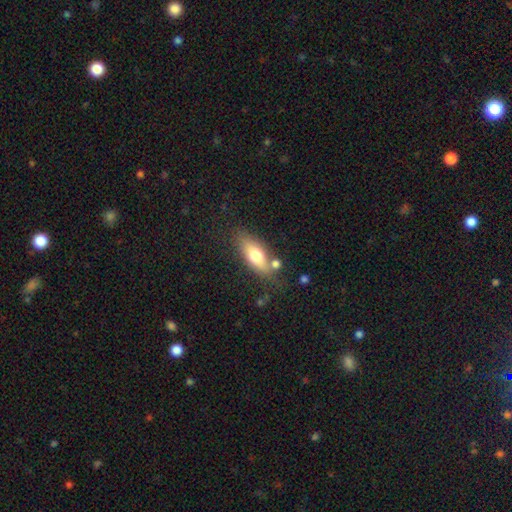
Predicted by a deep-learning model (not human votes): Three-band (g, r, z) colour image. It shows a smooth galaxy with no disk features (67%) that is in between round and cigar-shaped (70%). Merging: none (66%).